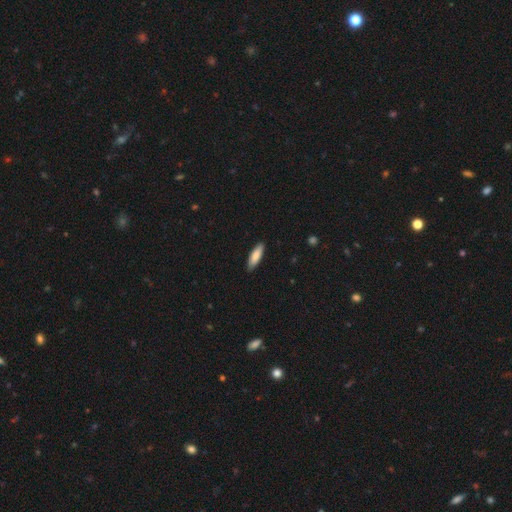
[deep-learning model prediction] This appears to be a smooth galaxy with no disk features (84%) that is in between round and cigar-shaped (50%). Merging: none (88%).